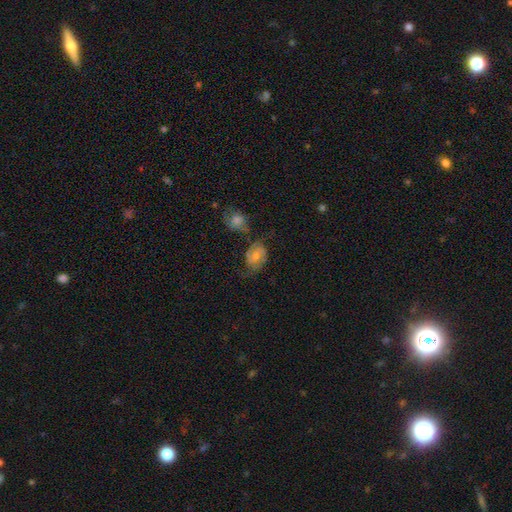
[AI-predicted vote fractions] A featured or disk galaxy (61%) with no bar (63%), spiral arms (83%) and a moderate central bulge (66%).

Vote fractions:
- Smooth or featured? featured or disk: 61% / smooth: 29% / star or artifact: 10%
- Edge-on disk? no: 96% / yes: 4%
- Bar? no: 63% / weak: 31% / strong: 7%
- Spiral arms? yes: 83% / no: 17%
- Bulge size? moderate: 66% / small: 27% / large: 5% / none: 2% / dominant: 1%
- Merging? none: 52% / minor disturbance: 23% / major disturbance: 14% / merger: 11%